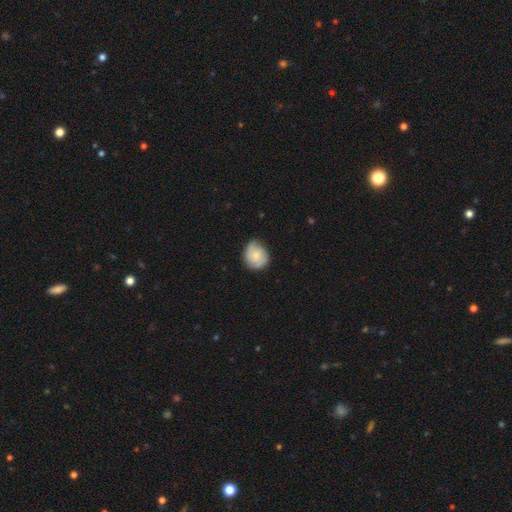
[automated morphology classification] A smooth galaxy with no disk features (52%) that is round (76%). Merging: none (66%).